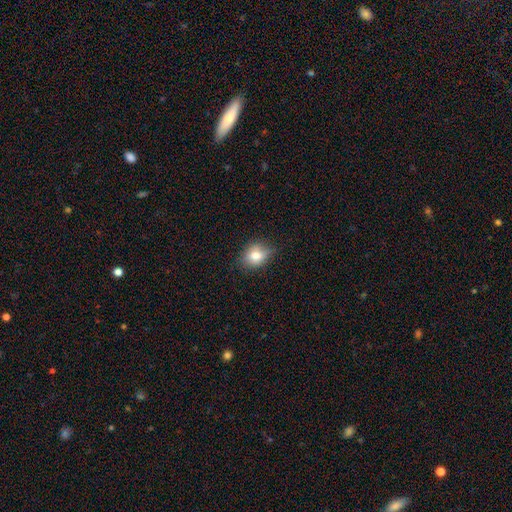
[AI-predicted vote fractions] Smooth or featured? Predicted: smooth (p=0.74). How rounded? Predicted: in between (p=0.50). Merging? Predicted: none (p=0.73).